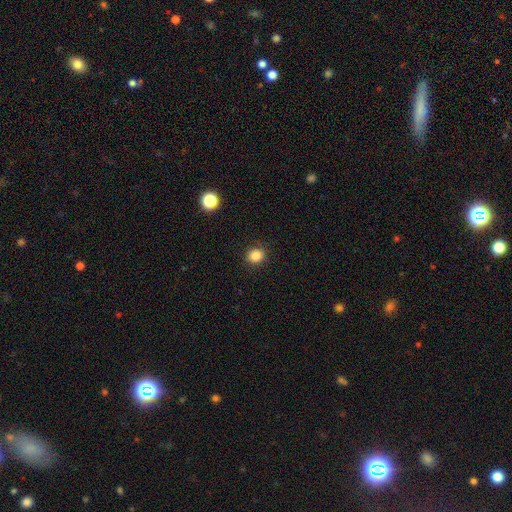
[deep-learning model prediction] Smooth or featured? smooth (85%)
How rounded? round (81%)
Merging? none (90%)